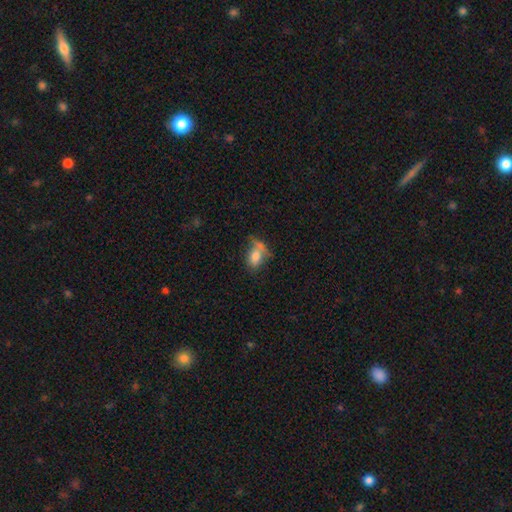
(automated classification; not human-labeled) Smooth or featured? Predicted: smooth (p=0.75). How rounded? Predicted: in between (p=0.81). Merging? Predicted: none (p=0.35).